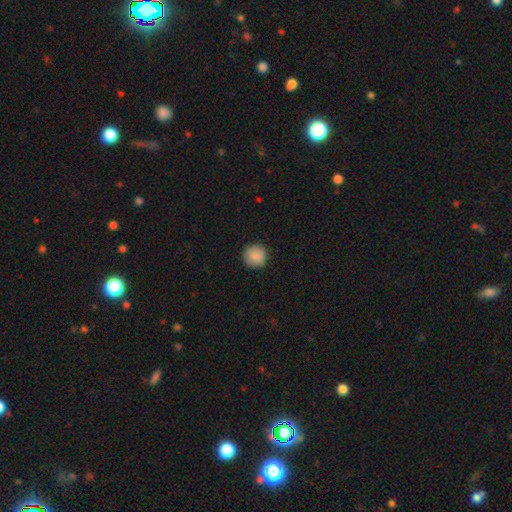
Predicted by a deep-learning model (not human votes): A smooth galaxy with no disk features (88%) that is round (94%).

Vote fractions:
- Smooth or featured? smooth: 88% / star or artifact: 7% / featured or disk: 4%
- How rounded? round: 94% / in between: 5% / cigar-shaped: 1%
- Merging? none: 88% / minor disturbance: 9% / major disturbance: 2% / merger: 1%